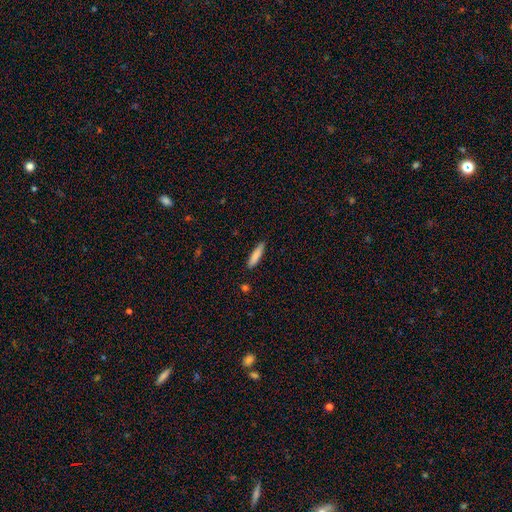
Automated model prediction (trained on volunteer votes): smooth 84%, featured or disk 10%, star or artifact 6%. Down the decision tree: how rounded — cigar-shaped (82%); merging — none (88%).